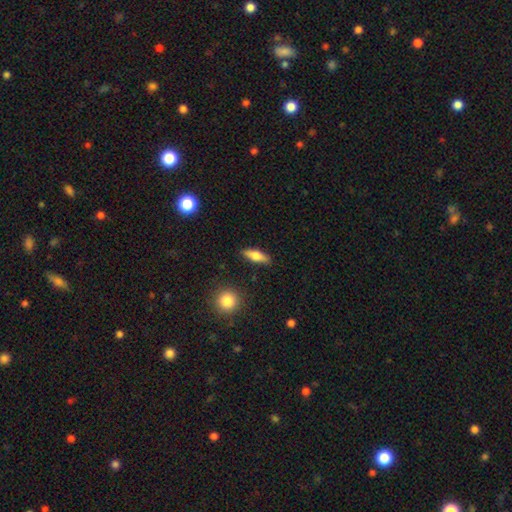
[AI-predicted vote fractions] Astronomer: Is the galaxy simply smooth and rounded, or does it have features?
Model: smooth — 64%.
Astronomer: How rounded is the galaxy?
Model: in between — 53% (runner-up: cigar-shaped, 43%).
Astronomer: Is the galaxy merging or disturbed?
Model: none — 88%.